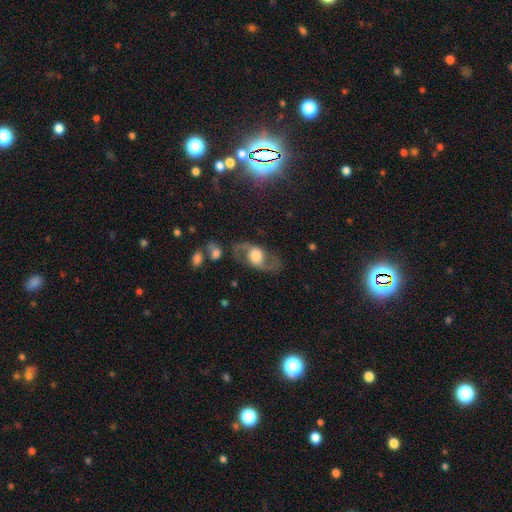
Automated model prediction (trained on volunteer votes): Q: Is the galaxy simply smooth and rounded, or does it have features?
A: featured or disk — 75%.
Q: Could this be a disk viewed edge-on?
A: no — 90%.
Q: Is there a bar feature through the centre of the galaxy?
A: no — 68%.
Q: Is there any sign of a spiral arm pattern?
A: yes — 83%.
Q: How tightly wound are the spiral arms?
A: loose — 57%.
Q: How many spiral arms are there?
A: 2 — 93%.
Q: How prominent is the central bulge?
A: large — 52%.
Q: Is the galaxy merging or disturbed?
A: none — 72%.